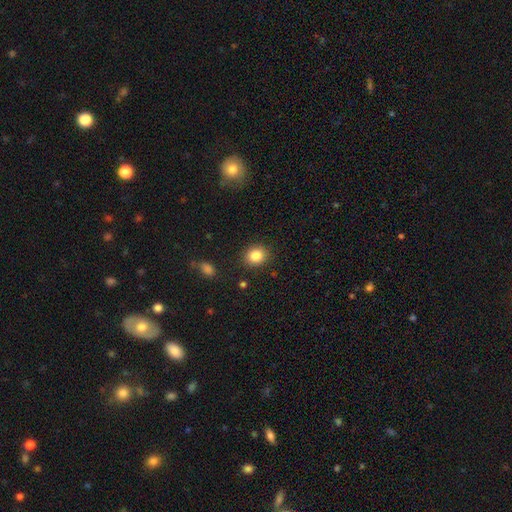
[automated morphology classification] smooth 84%, star or artifact 10%, featured or disk 6%. Down the decision tree: how rounded — round (75%); merging — none (89%).